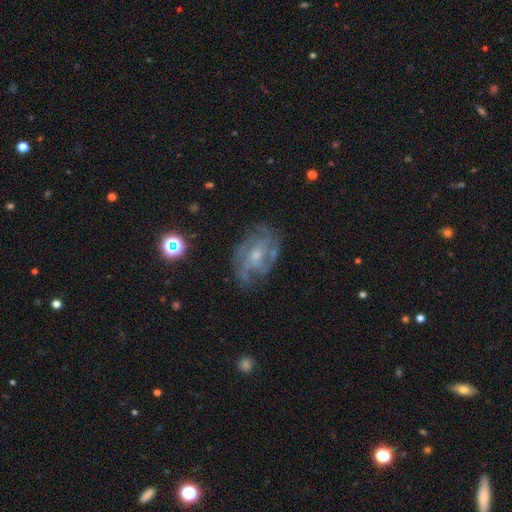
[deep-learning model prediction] smooth_or_featured: featured or disk (p=0.81) [alt: smooth p=0.10]
disk_edge_on: no (p=0.97) [alt: yes p=0.03]
bar: no (p=0.59) [alt: weak p=0.35]
has_spiral_arms: yes (p=0.92) [alt: no p=0.08]
spiral_winding: medium (p=0.44) [alt: tight p=0.40]
spiral_arm_count: can't tell (p=0.31) [alt: 3 p=0.24]
bulge_size: small (p=0.57) [alt: moderate p=0.35]
merging: none (p=0.71) [alt: minor disturbance p=0.18]